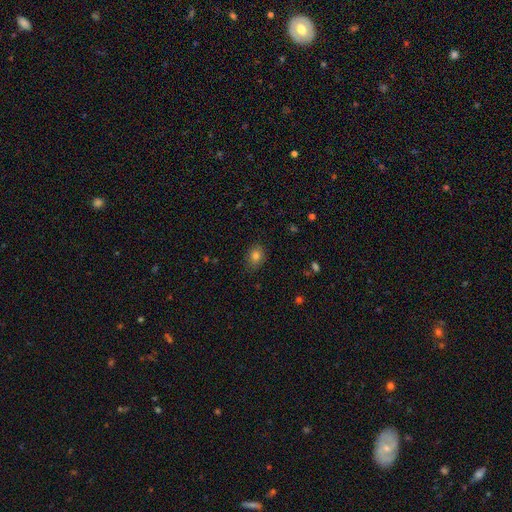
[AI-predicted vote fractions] Overall: smooth (82%). How rounded: in between (54%; round 45%). Merging: none (82%).